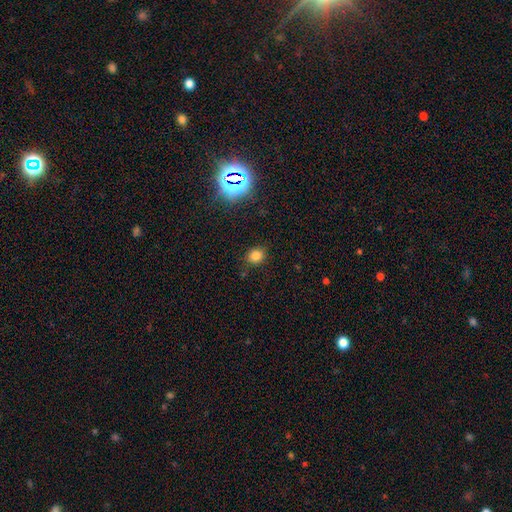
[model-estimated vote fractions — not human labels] This is likely a smooth galaxy (78%). How rounded: likely round (69%). Merging: clearly none (84%).